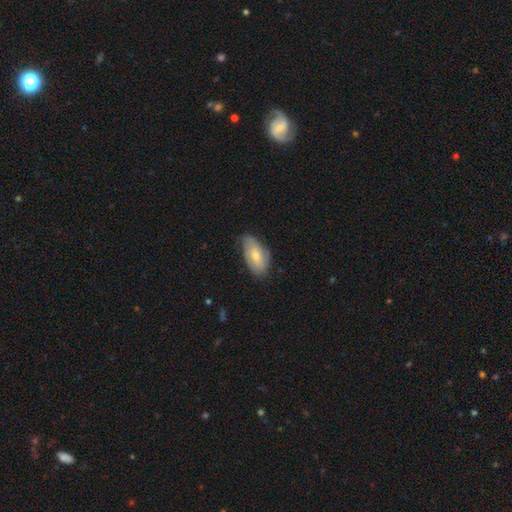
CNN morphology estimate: smooth_or_featured: smooth (p=0.55) [alt: featured or disk p=0.39]
how_rounded: in between (p=0.92) [alt: round p=0.04]
merging: none (p=0.62) [alt: minor disturbance p=0.31]